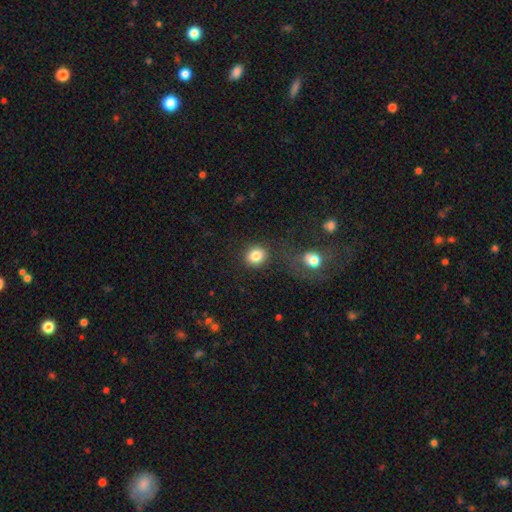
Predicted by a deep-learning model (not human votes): smooth 84%, star or artifact 10%, featured or disk 6%. Down the decision tree: how rounded — round (78%); merging — none (82%).